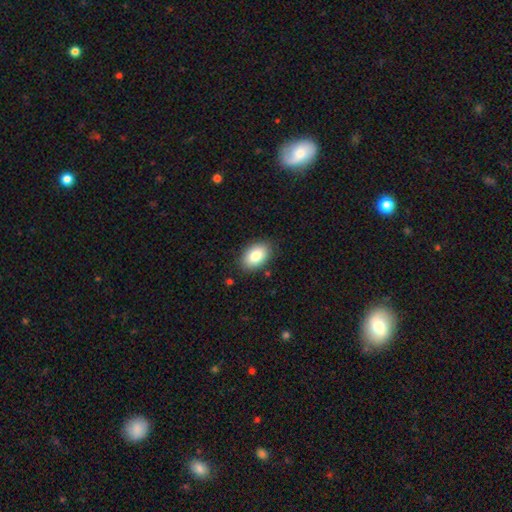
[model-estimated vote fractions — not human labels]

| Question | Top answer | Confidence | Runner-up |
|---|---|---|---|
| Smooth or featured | smooth | 83% | featured or disk (9%) |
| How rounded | in between | 90% | round (9%) |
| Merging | none | 85% | minor disturbance (11%) |